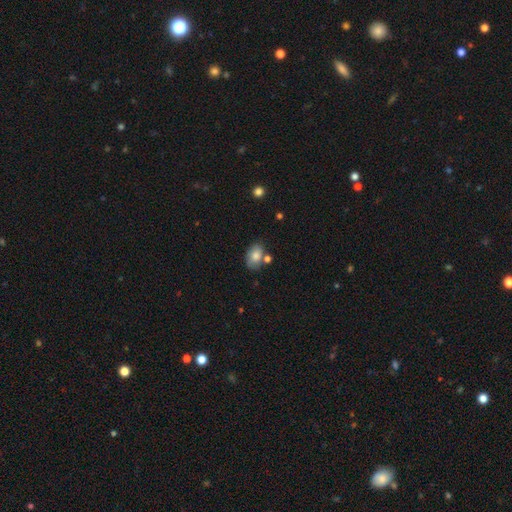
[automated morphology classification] smooth-or-featured: smooth: 78% | featured or disk: 14% | star or artifact: 8%
  how-rounded: in between: 83% | round: 16% | cigar-shaped: 1%
  merging: none: 63% | minor disturbance: 19% | merger: 13% | major disturbance: 5%